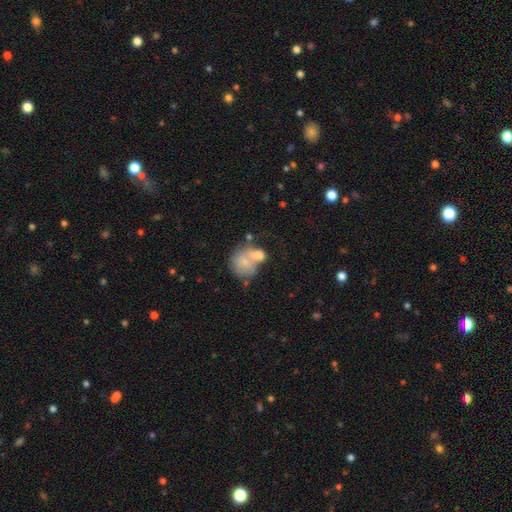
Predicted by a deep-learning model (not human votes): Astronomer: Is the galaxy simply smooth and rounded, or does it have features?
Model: smooth — 59%.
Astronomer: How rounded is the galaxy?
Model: round — 63%.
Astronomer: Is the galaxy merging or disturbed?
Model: merger — 45% (runner-up: none, 29%).